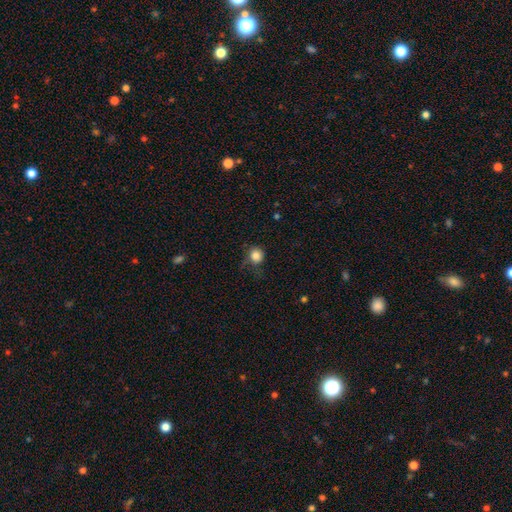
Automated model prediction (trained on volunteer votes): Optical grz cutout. It shows a smooth galaxy with no disk features (83%) that is round (86%). Merging: none (61%).